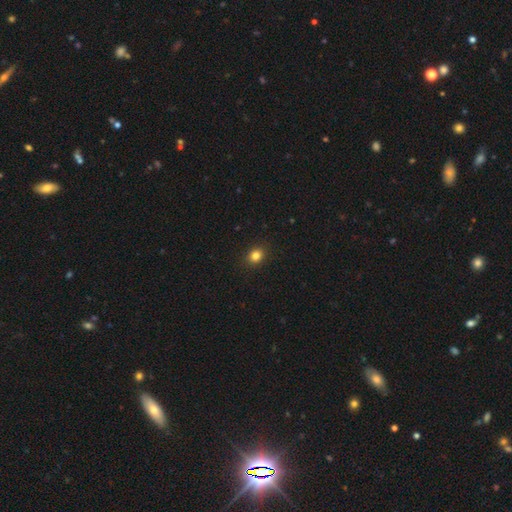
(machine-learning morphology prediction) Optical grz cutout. It shows a smooth galaxy with no disk features (83%) that is round (62%). Merging: none (90%).